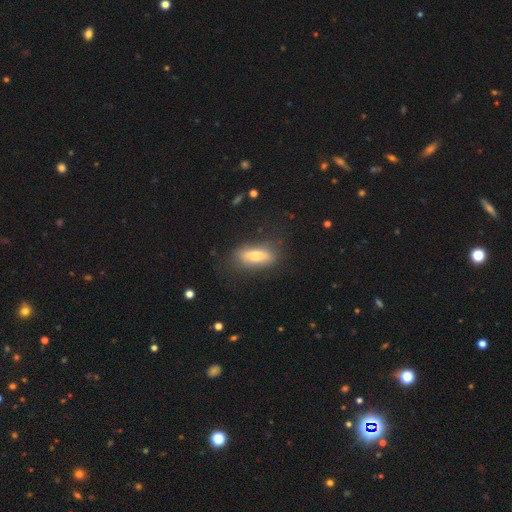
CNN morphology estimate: Q: Smooth or featured?
A: smooth (71%); runner-up: featured or disk (22%)
Q: How rounded?
A: in between (65%); runner-up: cigar-shaped (32%)
Q: Merging?
A: none (77%); runner-up: minor disturbance (15%)